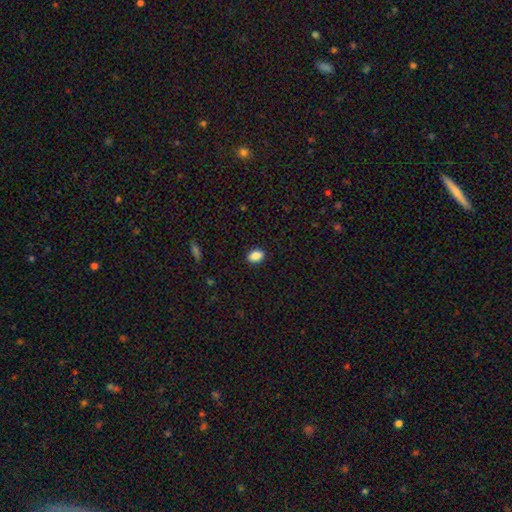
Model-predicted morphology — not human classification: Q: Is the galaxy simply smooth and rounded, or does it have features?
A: smooth — 88%.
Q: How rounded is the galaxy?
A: in between — 81%.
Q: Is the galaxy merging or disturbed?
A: none — 89%.